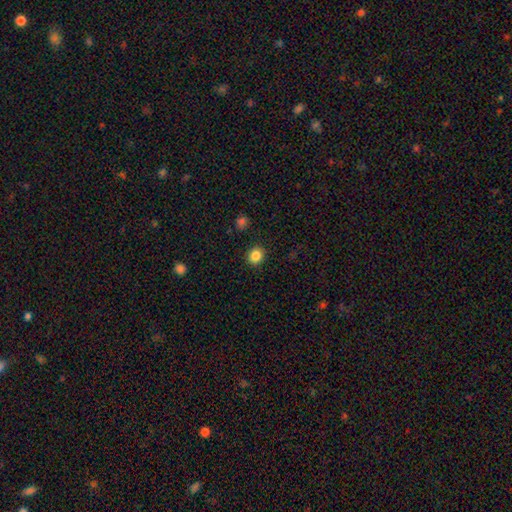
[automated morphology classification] Smooth or featured: smooth — 85% (star or artifact — 11%)
How rounded: round — 77% (in between — 22%)
Merging: none — 91% (minor disturbance — 6%)